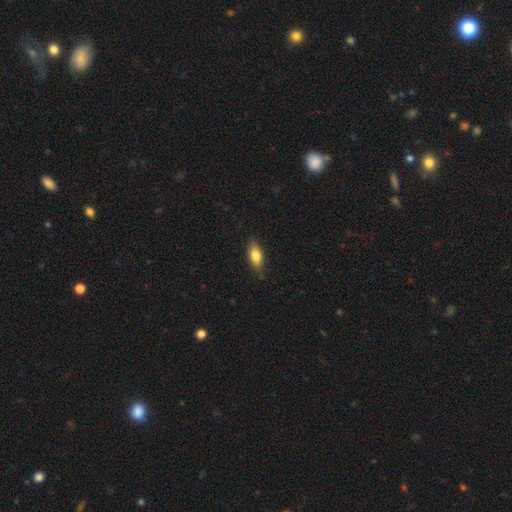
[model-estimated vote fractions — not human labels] smooth 79%, featured or disk 14%, star or artifact 7%. Down the decision tree: how rounded — in between (84%); merging — none (83%).